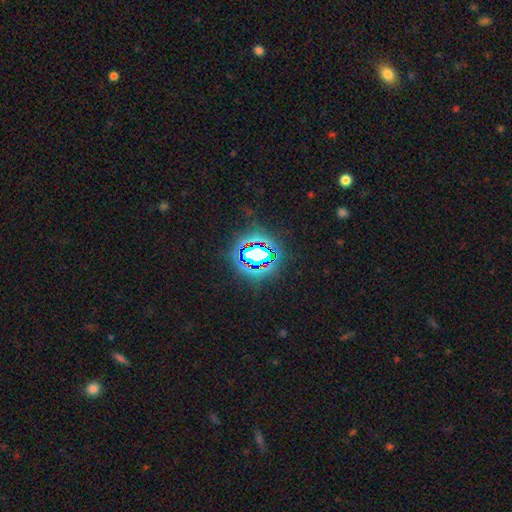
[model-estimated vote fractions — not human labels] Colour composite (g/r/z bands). It shows a star or artifact, not a galaxy (75%).